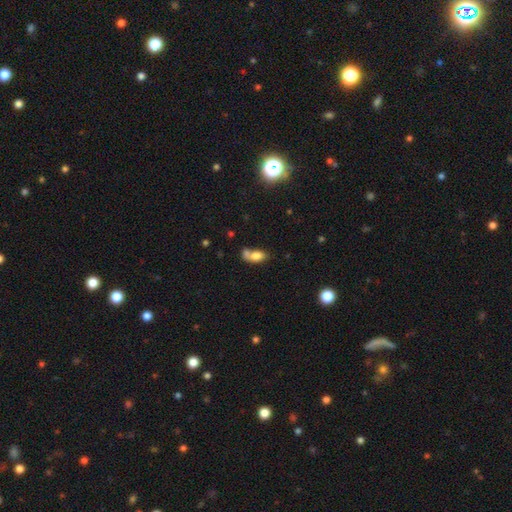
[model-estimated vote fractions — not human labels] Overall: smooth (75%). How rounded: in between (83%). Merging: merger (46%; none 32%).